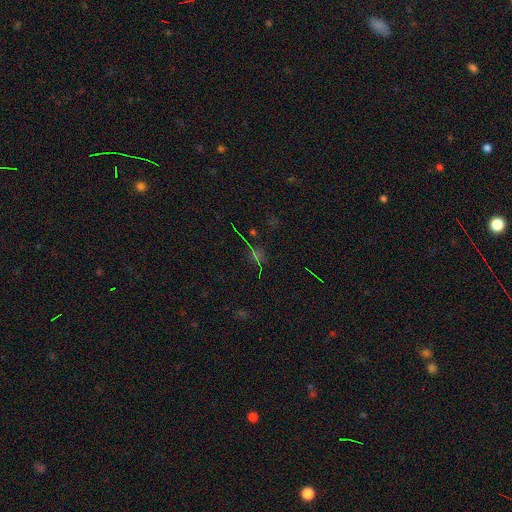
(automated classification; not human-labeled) Morphology: type=star or artifact (57%).